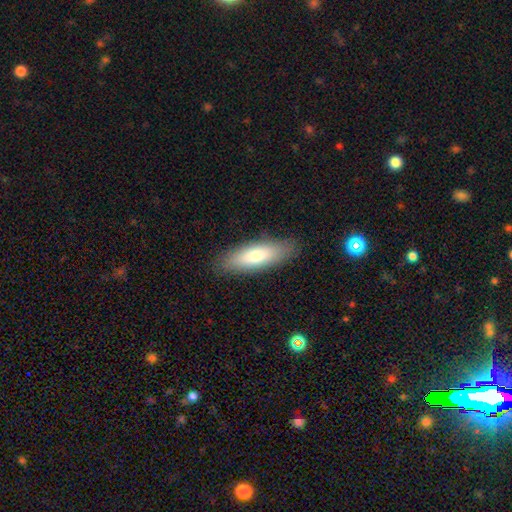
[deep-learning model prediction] Smooth or featured? Predicted: smooth (p=0.73). How rounded? Predicted: in between (p=0.50). Merging? Predicted: none (p=0.87).